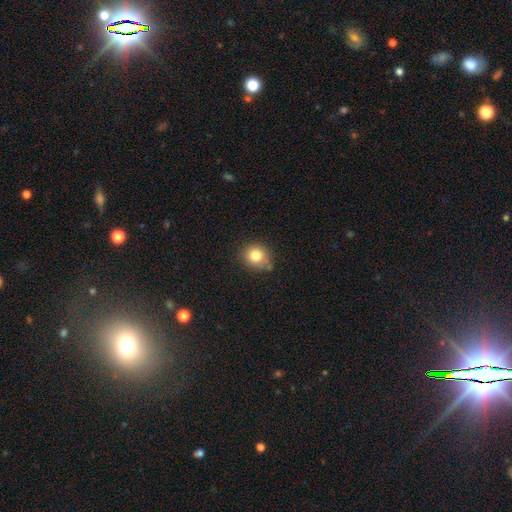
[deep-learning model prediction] Smooth or featured: smooth — 81% (star or artifact — 11%)
How rounded: round — 82% (in between — 17%)
Merging: none — 71% (minor disturbance — 20%)